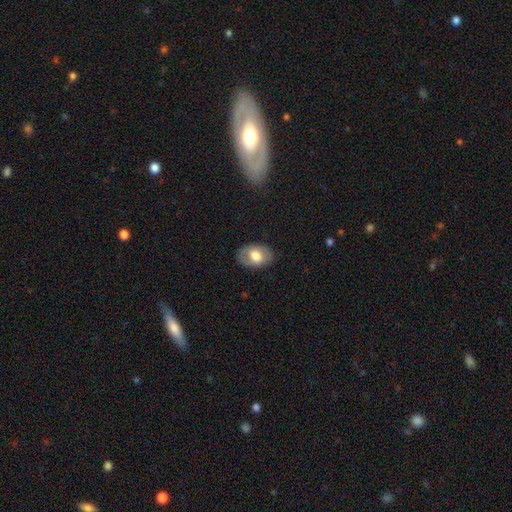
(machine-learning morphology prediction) A smooth galaxy with no disk features (66%) that is in between round and cigar-shaped (83%). Merging: none (84%).